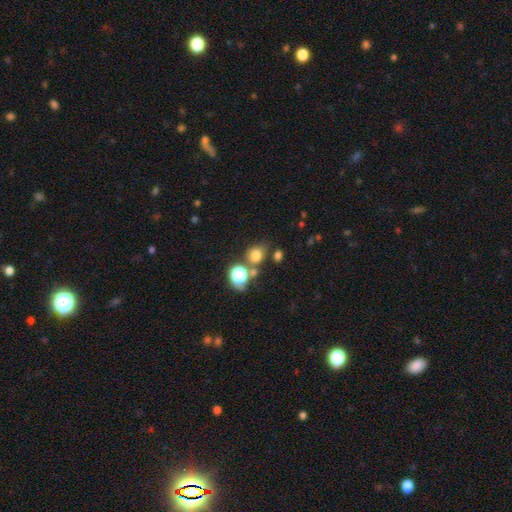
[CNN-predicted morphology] Overall: smooth (72%). How rounded: round (67%; in between 31%). Merging: none (60%; merger 21%).